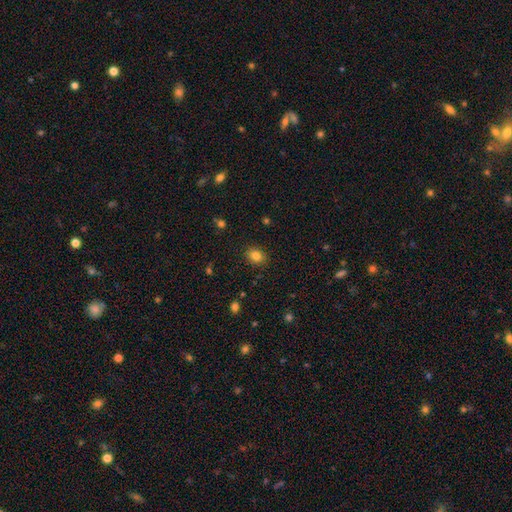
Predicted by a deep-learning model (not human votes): smooth 83%, star or artifact 11%, featured or disk 6%. Down the decision tree: how rounded — in between (56%); merging — none (87%).